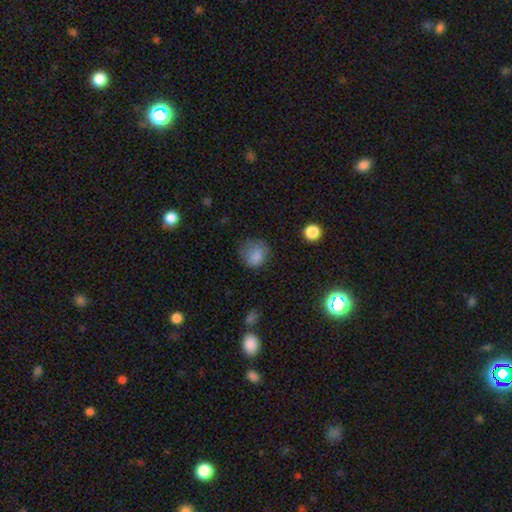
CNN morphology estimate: Smooth or featured? smooth (82%)
How rounded? round (74%)
Merging? none (60%)